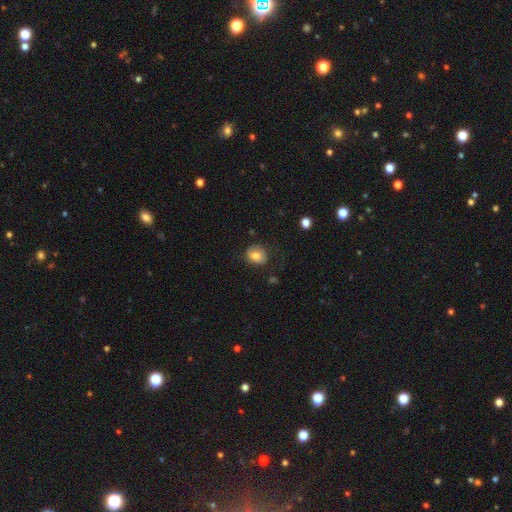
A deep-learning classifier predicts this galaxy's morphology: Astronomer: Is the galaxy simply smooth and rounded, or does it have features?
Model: smooth — 77%.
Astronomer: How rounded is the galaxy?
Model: round — 57% (runner-up: in between, 43%).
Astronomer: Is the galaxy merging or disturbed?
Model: none — 71%.